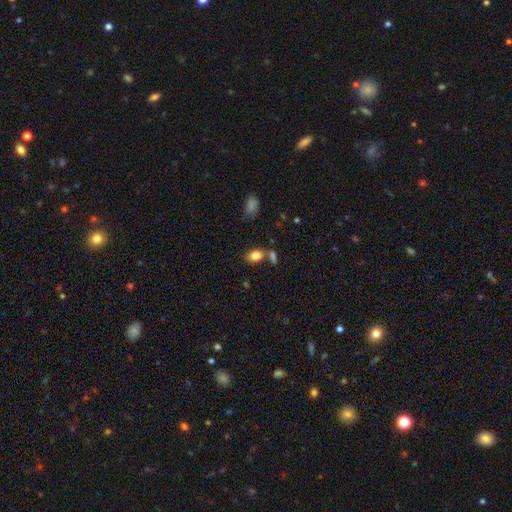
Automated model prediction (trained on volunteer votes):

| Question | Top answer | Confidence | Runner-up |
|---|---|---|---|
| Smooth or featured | smooth | 82% | featured or disk (9%) |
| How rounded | in between | 87% | round (10%) |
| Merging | none | 61% | merger (21%) |